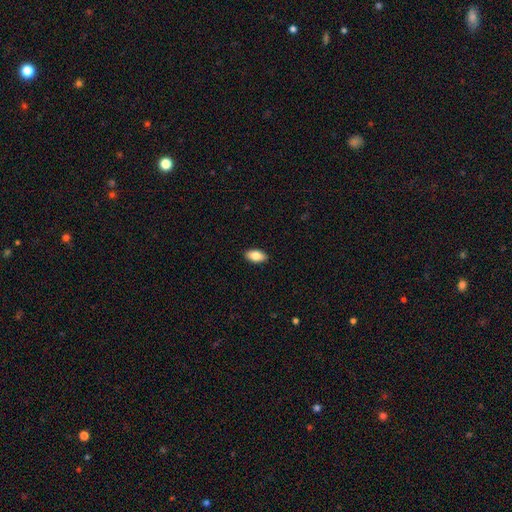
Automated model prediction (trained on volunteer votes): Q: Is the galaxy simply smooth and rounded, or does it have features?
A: smooth — 82%.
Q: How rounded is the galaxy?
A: in between — 92%.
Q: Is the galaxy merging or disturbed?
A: none — 90%.